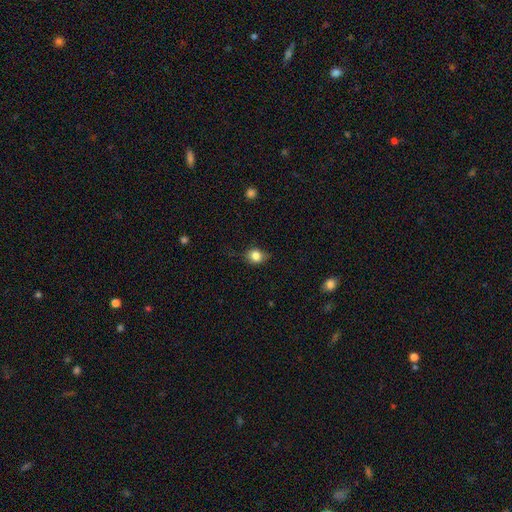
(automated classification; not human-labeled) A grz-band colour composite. It shows a smooth galaxy with no disk features (79%) that is round (64%). Merging: none (71%).